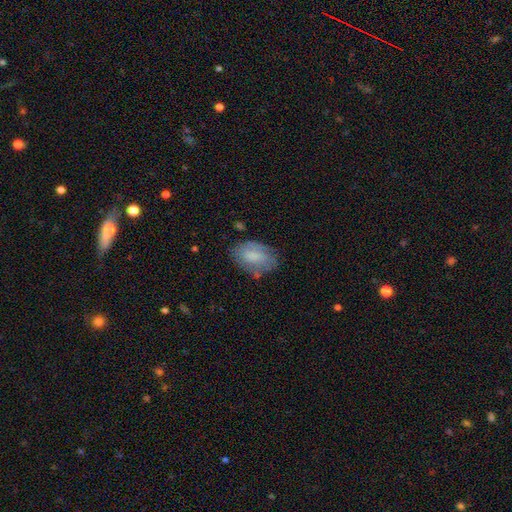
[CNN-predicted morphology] Smooth or featured: smooth — 69% (featured or disk — 23%)
How rounded: in between — 90% (round — 8%)
Merging: none — 66% (minor disturbance — 24%)